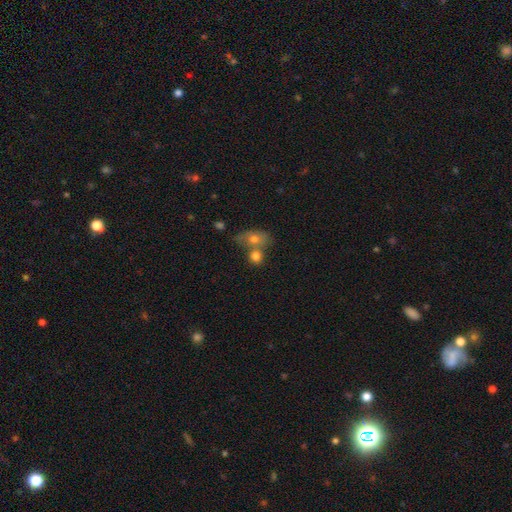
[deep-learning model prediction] This is likely a smooth galaxy (76%). How rounded: likely round (65%). Merging: possibly merger (47%).